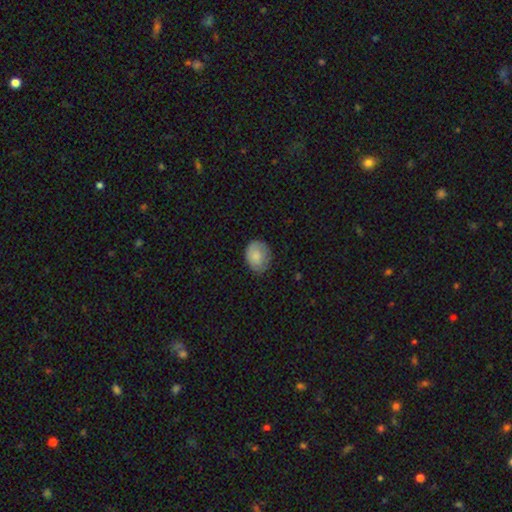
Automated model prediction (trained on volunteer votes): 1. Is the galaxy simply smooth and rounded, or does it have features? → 80% smooth, 13% featured or disk, 7% star or artifact.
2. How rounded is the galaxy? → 50% round, 49% in between, 1% cigar-shaped.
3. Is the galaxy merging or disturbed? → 71% none, 23% minor disturbance, 5% major disturbance, 1% merger.